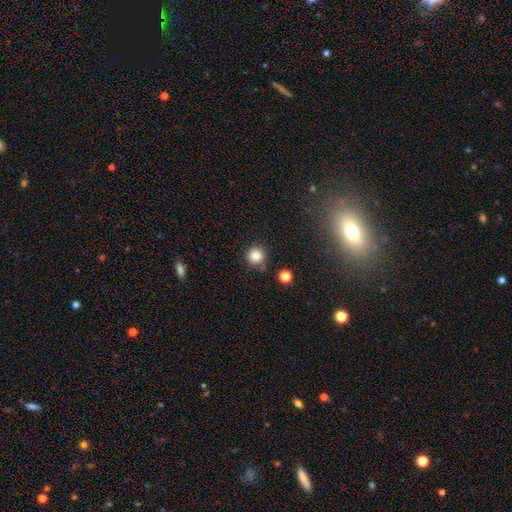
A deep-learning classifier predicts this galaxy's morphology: Smooth or featured? smooth (83%)
How rounded? round (94%)
Merging? none (82%)